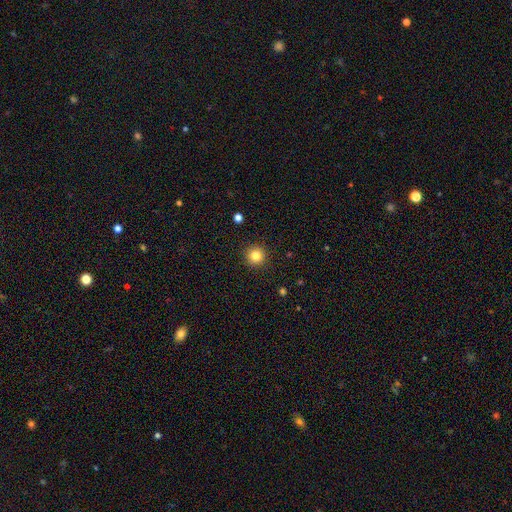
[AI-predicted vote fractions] Smooth or featured?
  - smooth: 83% *
  - star or artifact: 12%
  - featured or disk: 6%
How rounded?
  - round: 95% *
  - in between: 4%
  - cigar-shaped: 1%
Merging?
  - none: 92% *
  - minor disturbance: 5%
  - major disturbance: 2%
  - merger: 1%